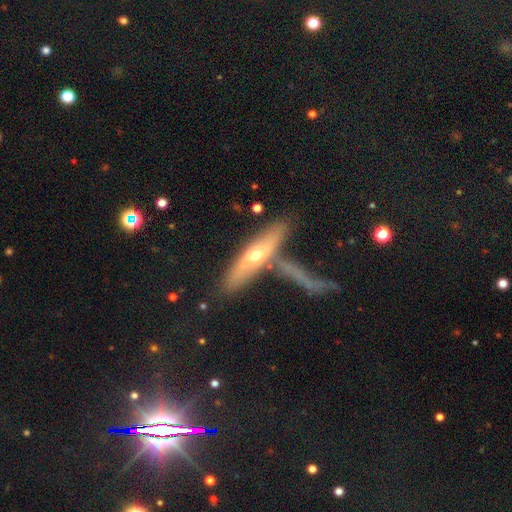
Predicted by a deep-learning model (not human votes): This is possibly a featured or disk galaxy (51%). It is likely viewed edge-on (72%). Merging: possibly none (51%).